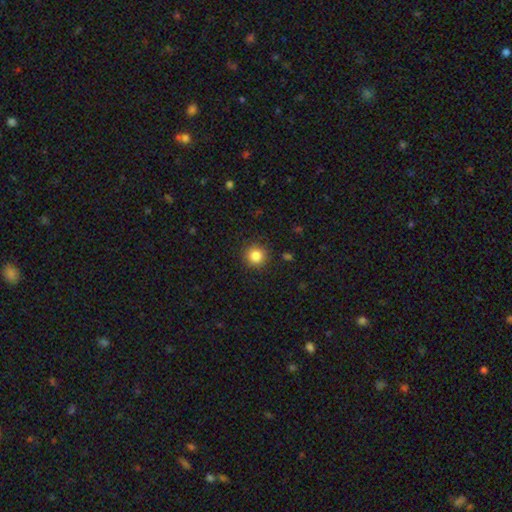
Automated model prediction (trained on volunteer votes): Smooth or featured? Predicted: smooth (p=0.85). How rounded? Predicted: round (p=0.94). Merging? Predicted: none (p=0.91).